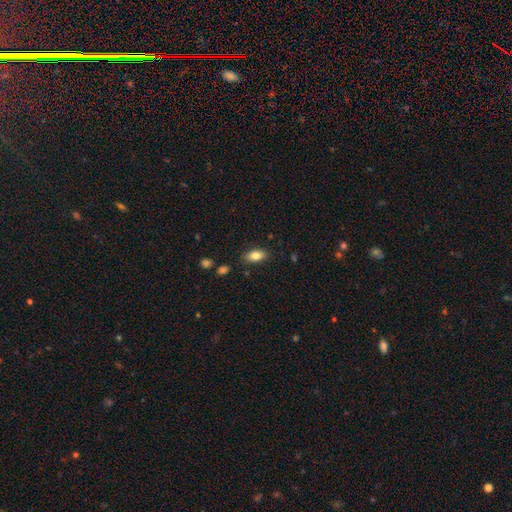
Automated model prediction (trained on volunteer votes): This appears to be a smooth galaxy with no disk features (82%) that is in between round and cigar-shaped (89%). Merging: none (84%).